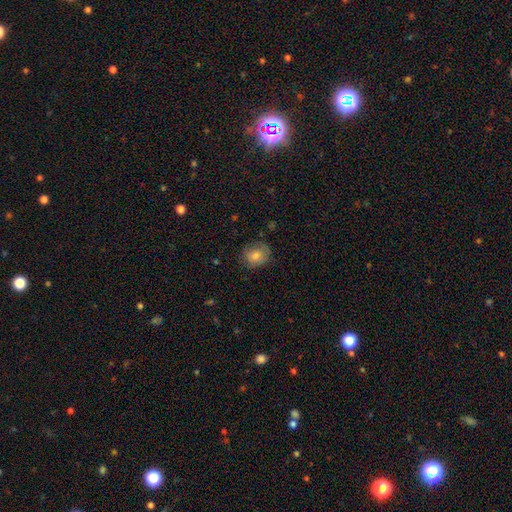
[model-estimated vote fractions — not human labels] Smooth or featured?
  - smooth: 77% *
  - featured or disk: 13%
  - star or artifact: 10%
How rounded?
  - round: 71% *
  - in between: 28%
  - cigar-shaped: 1%
Merging?
  - none: 76% *
  - minor disturbance: 19%
  - major disturbance: 4%
  - merger: 1%